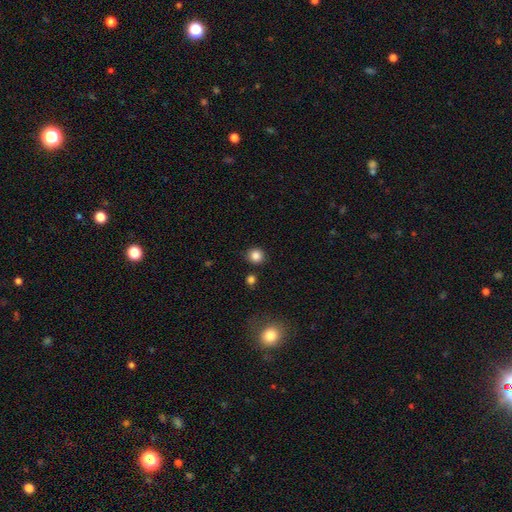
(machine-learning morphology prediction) smooth_or_featured: smooth (p=0.85) [alt: star or artifact p=0.11]
how_rounded: round (p=0.90) [alt: in between p=0.09]
merging: none (p=0.87) [alt: minor disturbance p=0.07]